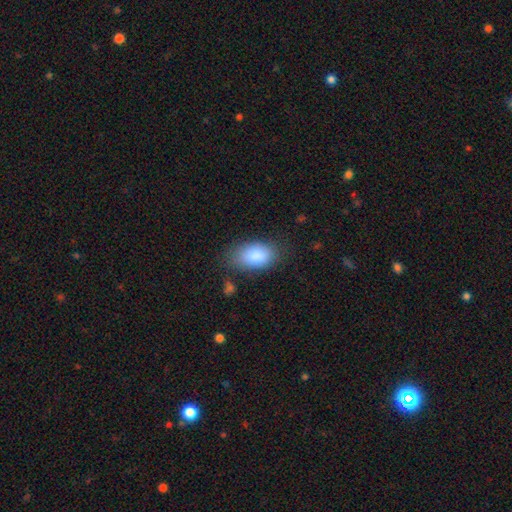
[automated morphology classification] Q: Smooth or featured?
A: smooth (88%); runner-up: star or artifact (7%)
Q: How rounded?
A: in between (92%); runner-up: round (6%)
Q: Merging?
A: none (73%); runner-up: minor disturbance (18%)